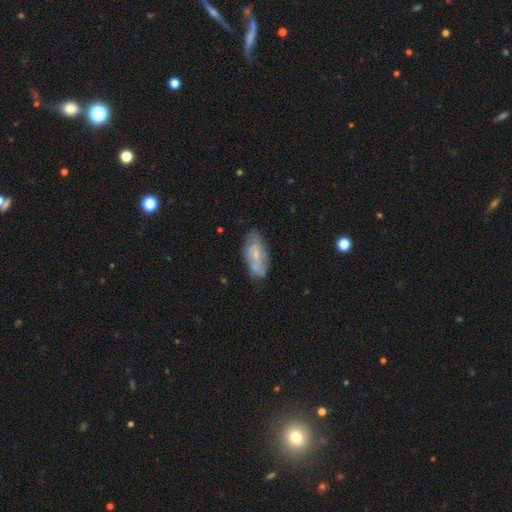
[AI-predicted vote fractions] A smooth galaxy with no disk features (47%). Merging: none (62%).